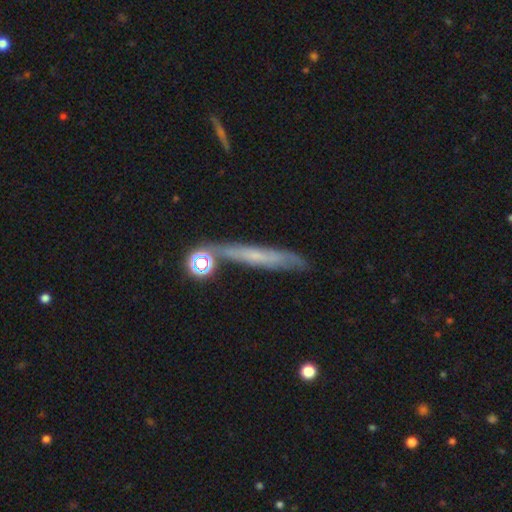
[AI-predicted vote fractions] The model was most divided on "smooth or featured": featured or disk: 49%, smooth: 41%, star or artifact: 10%. More confident: merging — none (68%).